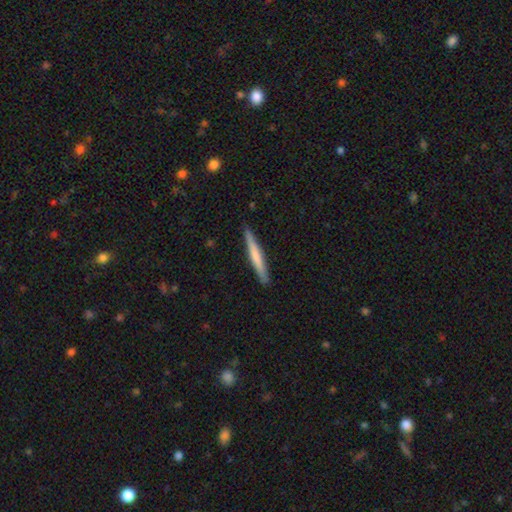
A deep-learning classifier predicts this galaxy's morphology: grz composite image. It shows a smooth galaxy with no disk features (59%) that is cigar-shaped (96%). Merging: none (91%).